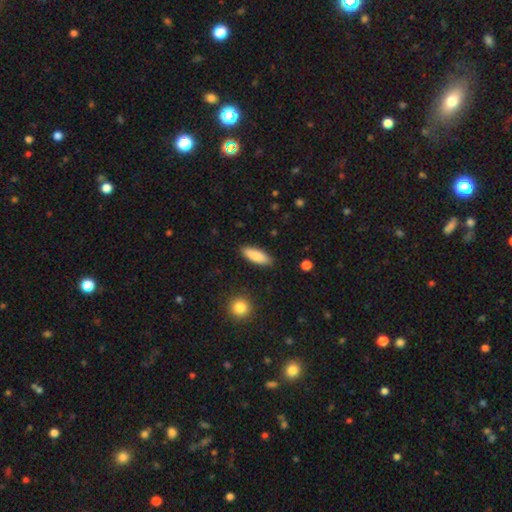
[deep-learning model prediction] Smooth or featured? Predicted: smooth (p=0.85). How rounded? Predicted: in between (p=0.64). Merging? Predicted: none (p=0.87).